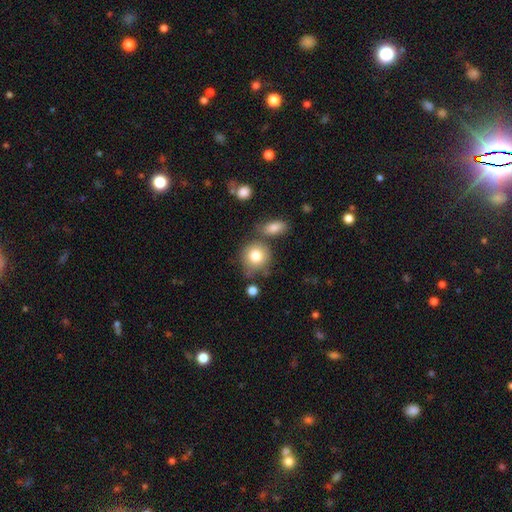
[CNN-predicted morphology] Smooth or featured?
  - smooth: 80% *
  - featured or disk: 11%
  - star or artifact: 9%
How rounded?
  - round: 85% *
  - in between: 14%
  - cigar-shaped: 1%
Merging?
  - none: 62% *
  - minor disturbance: 16%
  - merger: 16%
  - major disturbance: 6%